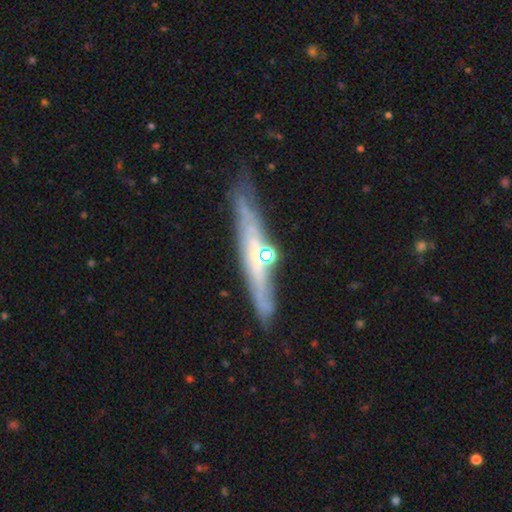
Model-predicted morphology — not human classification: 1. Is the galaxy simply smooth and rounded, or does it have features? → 68% featured or disk, 24% smooth, 7% star or artifact.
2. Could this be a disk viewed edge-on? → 85% yes, 15% no.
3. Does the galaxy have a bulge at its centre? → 48% none, 47% rounded, 5% boxy.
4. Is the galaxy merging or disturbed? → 75% none, 16% minor disturbance, 6% merger, 4% major disturbance.